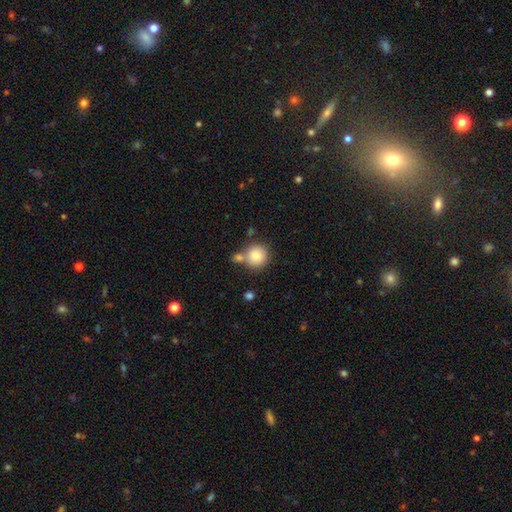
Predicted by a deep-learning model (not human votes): The model was most divided on "merging": none: 64%, merger: 24%, minor disturbance: 10%, major disturbance: 3%. More confident: how rounded — round (92%); smooth or featured — smooth (80%).